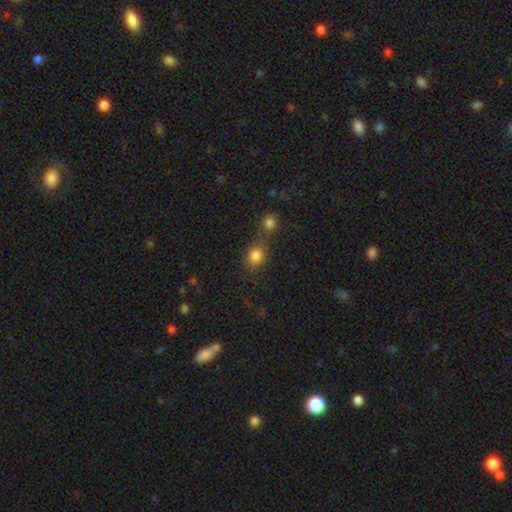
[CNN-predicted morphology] This appears to be a smooth galaxy with no disk features (82%) that is round (71%). Merging: none (47%).